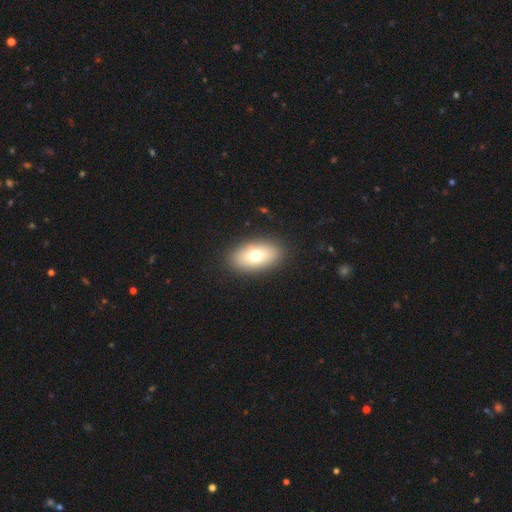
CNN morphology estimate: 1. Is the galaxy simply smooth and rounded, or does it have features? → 70% smooth, 21% featured or disk, 9% star or artifact.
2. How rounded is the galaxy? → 89% in between, 8% round, 3% cigar-shaped.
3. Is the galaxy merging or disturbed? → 88% none, 8% minor disturbance, 3% major disturbance, 1% merger.